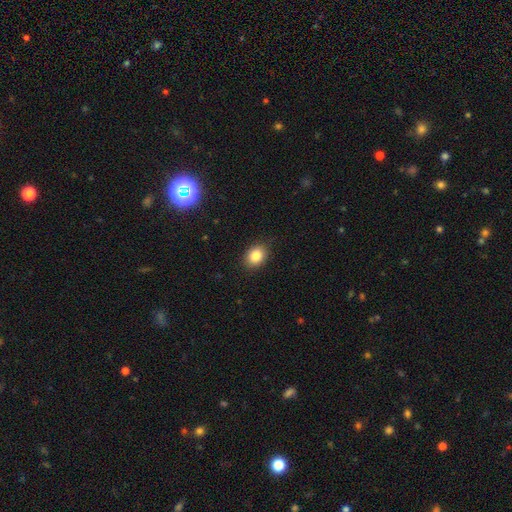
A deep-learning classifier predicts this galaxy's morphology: Smooth or featured?
  - smooth: 83% *
  - star or artifact: 10%
  - featured or disk: 6%
How rounded?
  - in between: 58% *
  - round: 41%
  - cigar-shaped: 1%
Merging?
  - none: 85% *
  - minor disturbance: 11%
  - major disturbance: 2%
  - merger: 1%